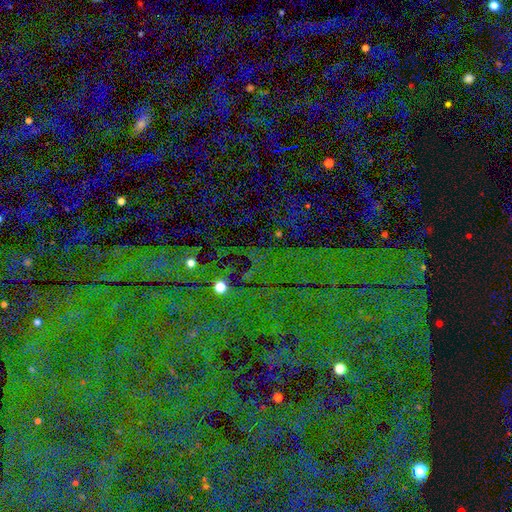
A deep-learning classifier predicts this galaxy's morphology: Smooth or featured?
  - star or artifact: 84% *
  - smooth: 9%
  - featured or disk: 7%